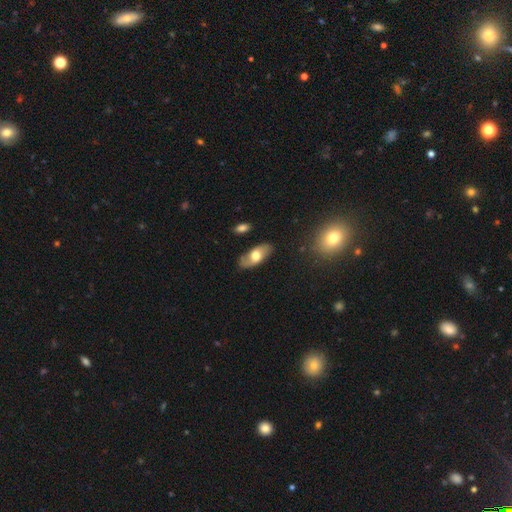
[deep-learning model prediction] This is possibly a smooth galaxy (55%). How rounded: clearly in between (88%). Merging: likely none (78%).